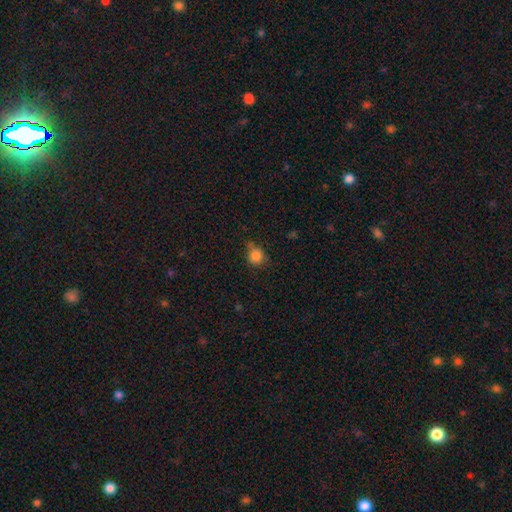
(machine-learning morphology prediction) Overall: smooth (83%). How rounded: round (82%). Merging: none (62%; minor disturbance 25%).